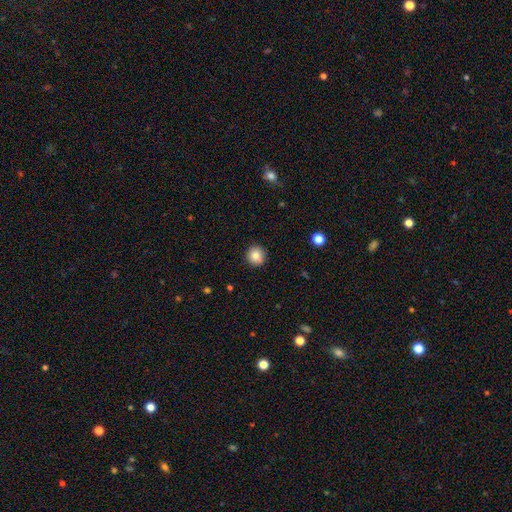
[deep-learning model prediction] This is clearly a smooth galaxy (84%). How rounded: clearly round (91%). Merging: clearly none (90%).